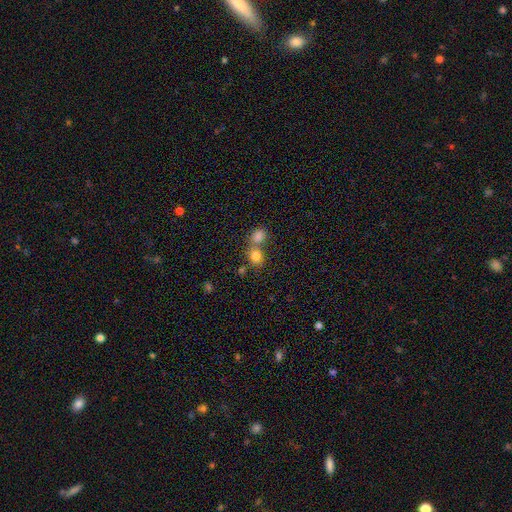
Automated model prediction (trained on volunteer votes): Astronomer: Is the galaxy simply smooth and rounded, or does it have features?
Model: smooth — 81%.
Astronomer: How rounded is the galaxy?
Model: round — 66%.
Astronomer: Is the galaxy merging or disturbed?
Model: merger — 47% (runner-up: none, 43%).